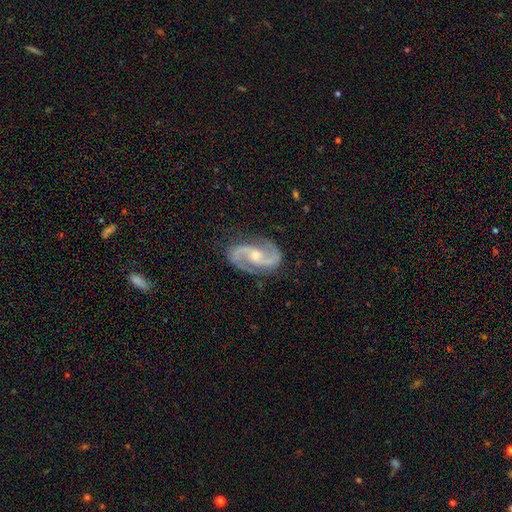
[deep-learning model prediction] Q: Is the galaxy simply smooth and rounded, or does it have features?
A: featured or disk — 93%.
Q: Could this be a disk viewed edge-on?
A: no — 98%.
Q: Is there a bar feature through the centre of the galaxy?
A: no — 46%.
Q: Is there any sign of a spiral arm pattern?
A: yes — 98%.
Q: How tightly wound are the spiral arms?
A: medium — 61%.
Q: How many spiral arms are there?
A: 2 — 94%.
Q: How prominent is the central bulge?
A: moderate — 56%.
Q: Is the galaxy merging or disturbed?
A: none — 83%.